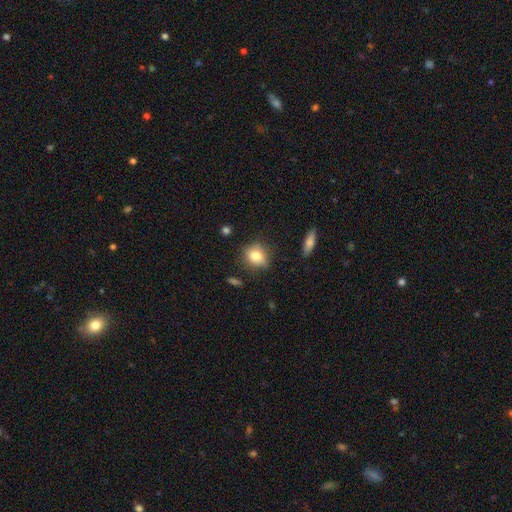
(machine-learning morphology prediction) Smooth or featured: smooth — 79% (featured or disk — 12%)
How rounded: round — 66% (in between — 32%)
Merging: none — 73% (minor disturbance — 20%)